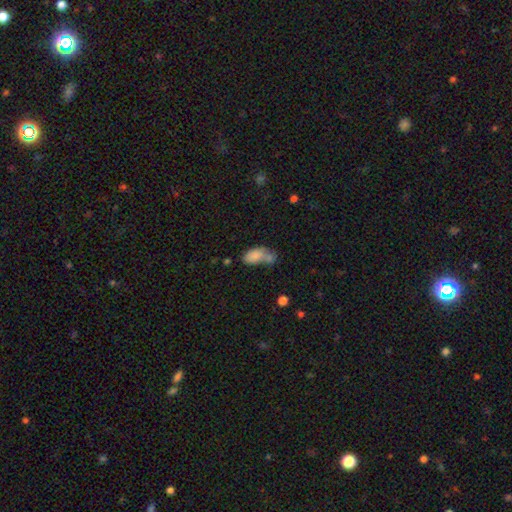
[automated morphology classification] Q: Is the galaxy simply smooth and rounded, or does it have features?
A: smooth — 79%.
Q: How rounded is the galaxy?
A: in between — 90%.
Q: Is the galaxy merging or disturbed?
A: merger — 43%.